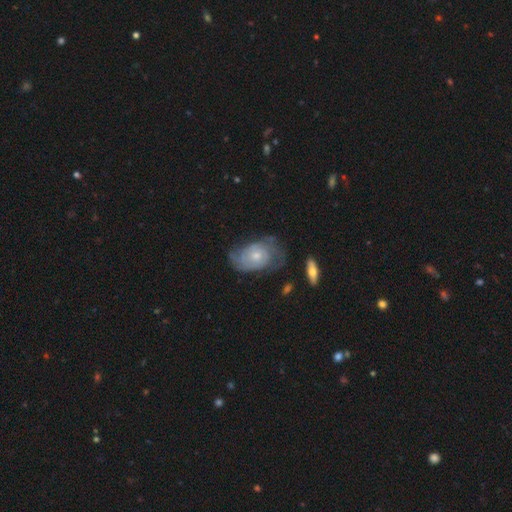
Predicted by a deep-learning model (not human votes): Q: Smooth or featured?
A: featured or disk (71%); runner-up: smooth (23%)
Q: Edge-on disk?
A: no (96%); runner-up: yes (4%)
Q: Bar?
A: no (80%); runner-up: weak (18%)
Q: Spiral arms?
A: yes (85%); runner-up: no (15%)
Q: Spiral winding?
A: tight (55%); runner-up: medium (30%)
Q: Spiral arm count?
A: 2 (41%); runner-up: can't tell (38%)
Q: Bulge size?
A: small (58%); runner-up: moderate (36%)
Q: Merging?
A: none (51%); runner-up: minor disturbance (28%)